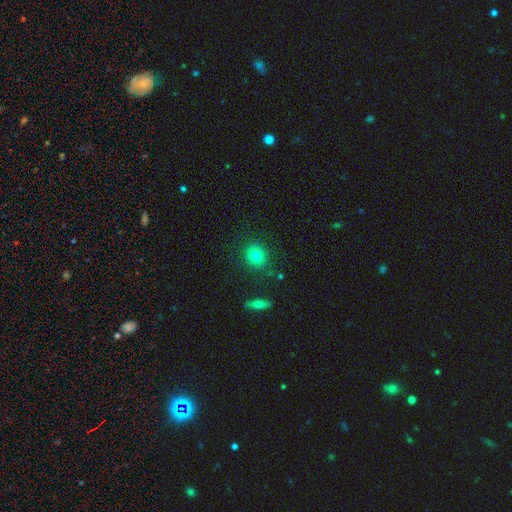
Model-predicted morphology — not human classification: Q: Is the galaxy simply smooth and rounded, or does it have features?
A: smooth — 81%.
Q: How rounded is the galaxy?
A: round — 80%.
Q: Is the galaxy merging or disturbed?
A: none — 86%.